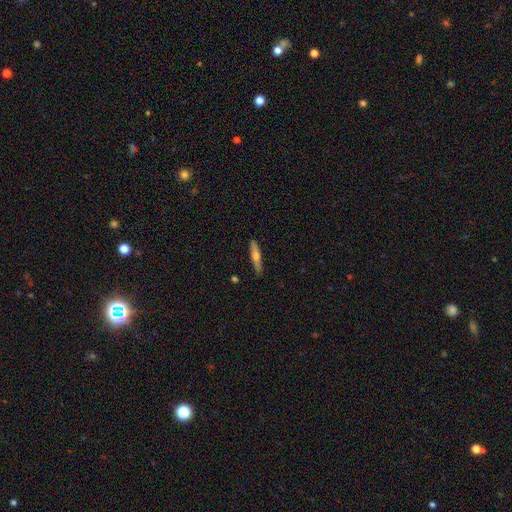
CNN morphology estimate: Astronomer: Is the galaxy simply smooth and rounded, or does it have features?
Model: featured or disk — 50% (runner-up: smooth, 44%).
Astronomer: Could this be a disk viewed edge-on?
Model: yes — 94%.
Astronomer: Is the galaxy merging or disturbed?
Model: none — 89%.